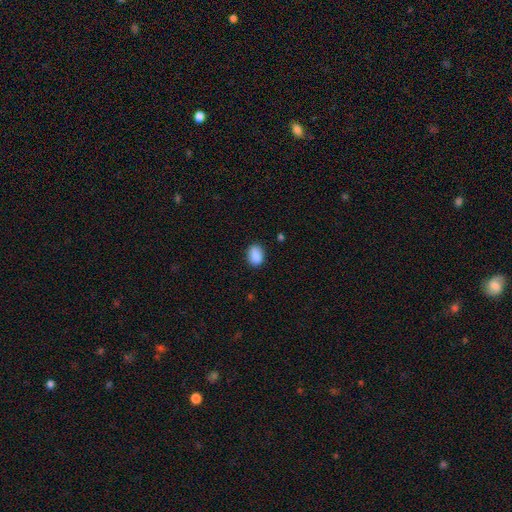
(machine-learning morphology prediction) This appears to be a smooth galaxy with no disk features (89%) that is in between round and cigar-shaped (75%). Merging: none (79%).